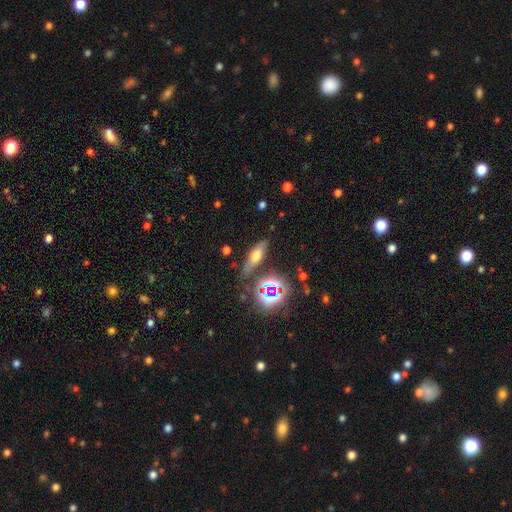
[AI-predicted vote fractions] This is possibly a smooth galaxy (46%). Merging: likely none (75%).